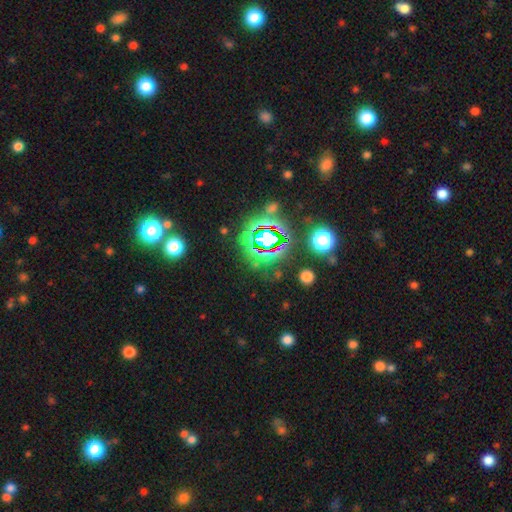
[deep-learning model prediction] star or artifact 78%, smooth 12%, featured or disk 10%.